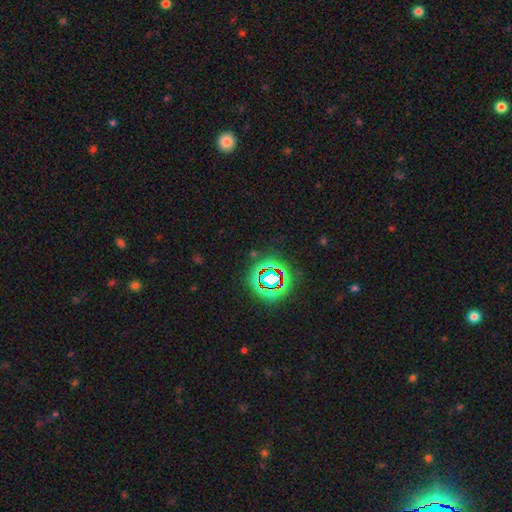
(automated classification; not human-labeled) A star or artifact, not a galaxy (75%).

Vote fractions:
- Smooth or featured? star or artifact: 75% / smooth: 16% / featured or disk: 9%